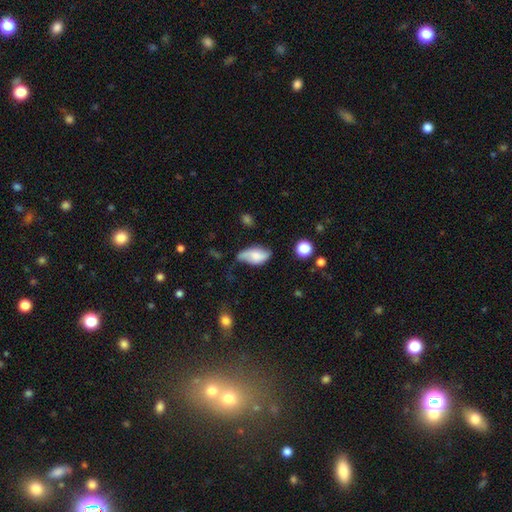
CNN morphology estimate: smooth-or-featured: smooth: 59% | featured or disk: 32% | star or artifact: 9%
  how-rounded: in between: 91% | round: 5% | cigar-shaped: 4%
  merging: none: 42% | minor disturbance: 37% | major disturbance: 16% | merger: 5%